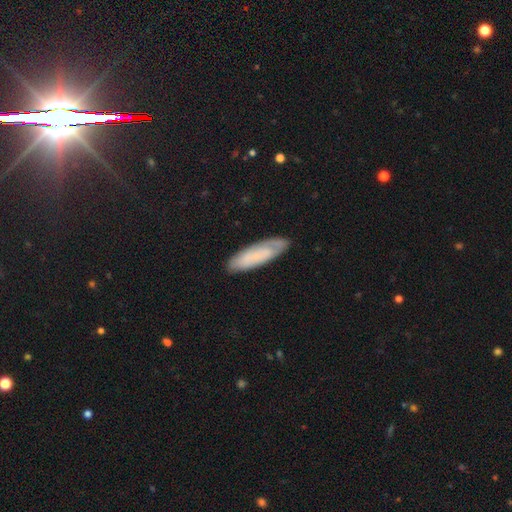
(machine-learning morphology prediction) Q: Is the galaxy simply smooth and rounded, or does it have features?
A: smooth — 59%.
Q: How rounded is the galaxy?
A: cigar-shaped — 53%.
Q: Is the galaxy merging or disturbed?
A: none — 80%.